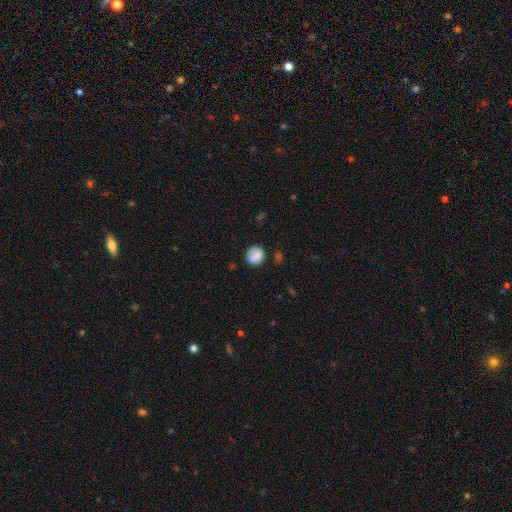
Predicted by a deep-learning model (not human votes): Morphology: type=smooth (81%); roundness=round (86%); merging=none (73%).